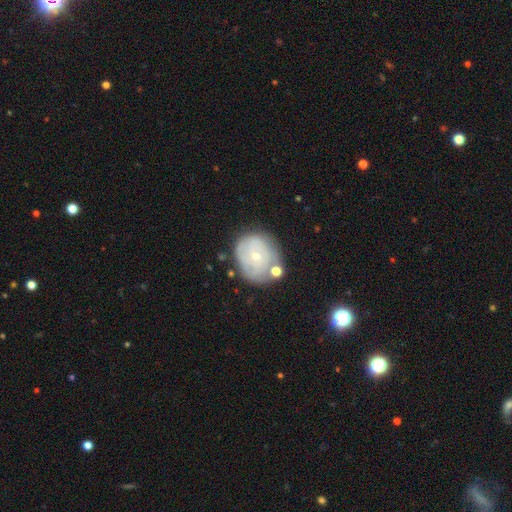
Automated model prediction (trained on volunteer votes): This appears to be a featured or disk galaxy (57%) with no bar (81%), spiral arms (65%) and a small central bulge (76%). Merging: none (61%).